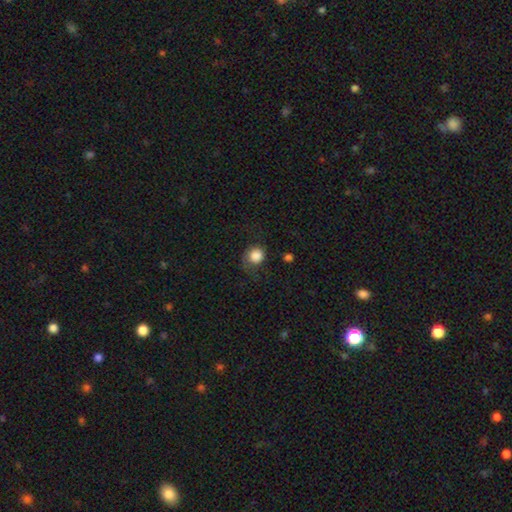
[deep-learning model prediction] Smooth or featured? smooth (84%)
How rounded? round (81%)
Merging? none (52%)